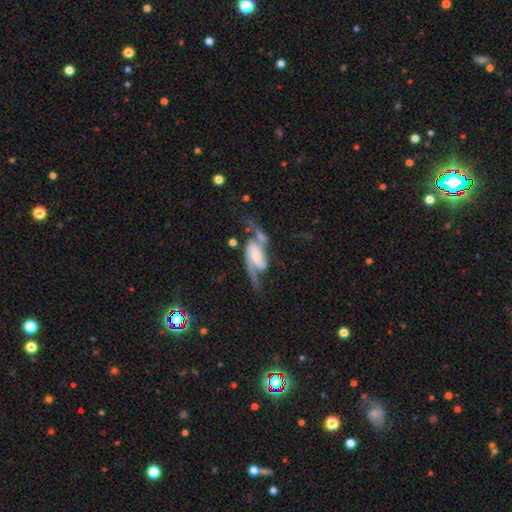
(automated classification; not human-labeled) Morphology: type=featured or disk (86%); edge-on=no (95%); bar=weak (36%); spiral arms=yes (96%); winding=loose (54%); arm count=2 (89%); bulge=small (35%); merging=none (42%).